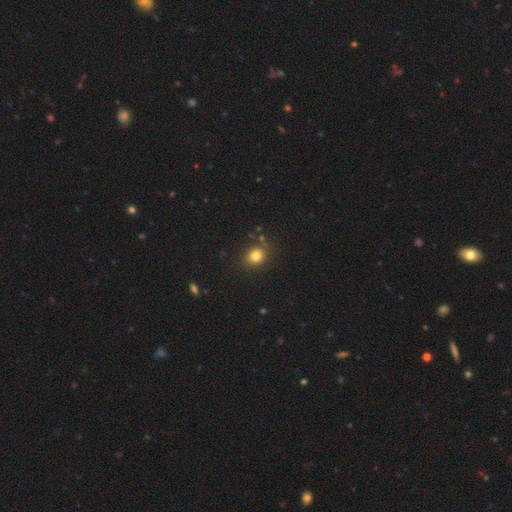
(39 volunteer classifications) Morphology: type=smooth (87%); roundness=round (68%); merging=none (89%).